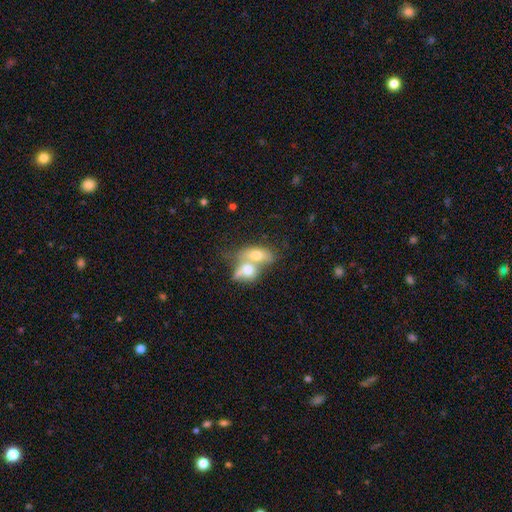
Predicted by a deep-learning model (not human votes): Morphology: type=smooth (50%); roundness=in between (70%); merging=merger (73%).